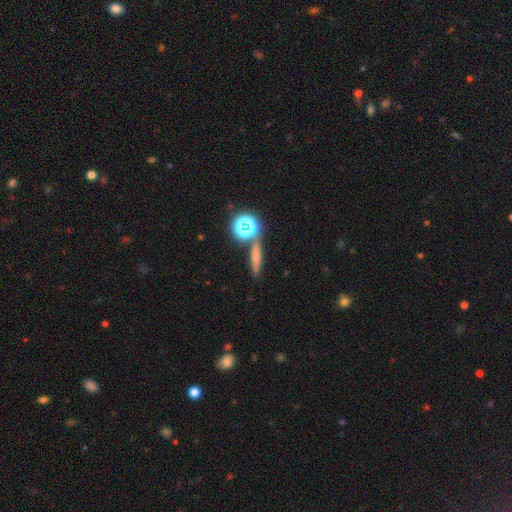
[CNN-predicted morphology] A smooth galaxy with no disk features (58%) that is cigar-shaped (71%). Merging: none (76%).